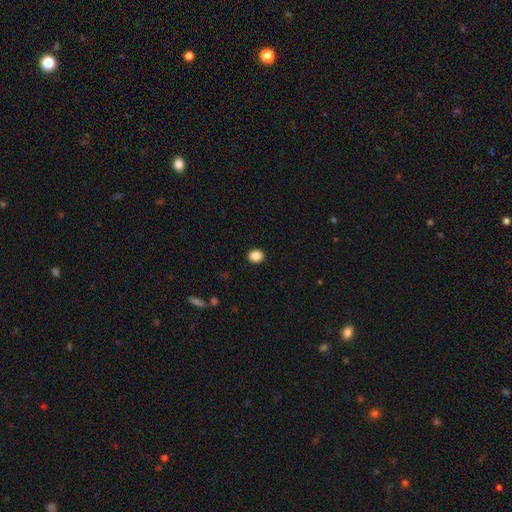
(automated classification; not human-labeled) smooth_or_featured: smooth (p=0.87) [alt: star or artifact p=0.10]
how_rounded: round (p=0.68) [alt: in between p=0.31]
merging: none (p=0.92) [alt: minor disturbance p=0.06]